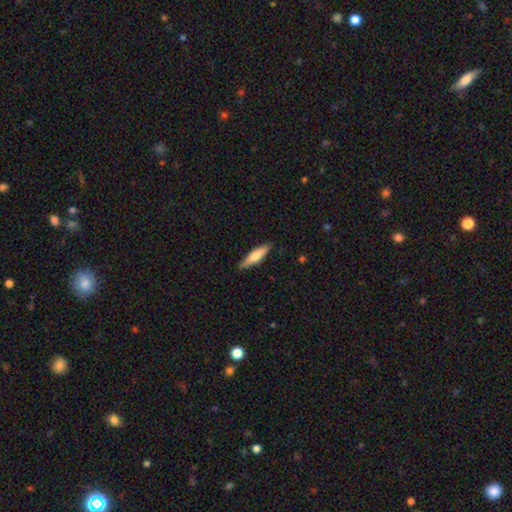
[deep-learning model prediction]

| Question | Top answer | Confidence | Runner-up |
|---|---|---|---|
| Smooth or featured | smooth | 64% | featured or disk (31%) |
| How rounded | cigar-shaped | 74% | in between (24%) |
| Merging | none | 87% | minor disturbance (10%) |